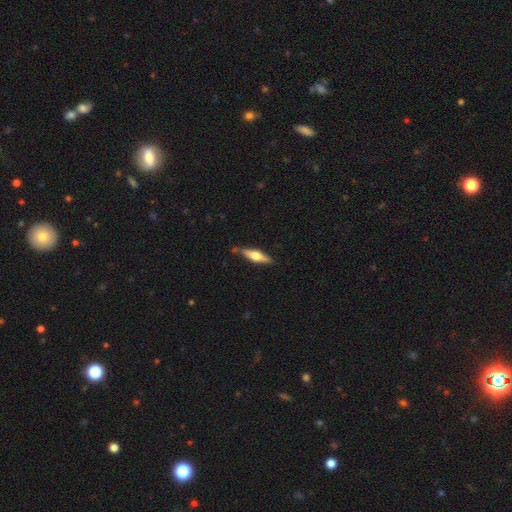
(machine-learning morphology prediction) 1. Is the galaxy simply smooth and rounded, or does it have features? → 60% featured or disk, 35% smooth, 6% star or artifact.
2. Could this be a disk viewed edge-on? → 95% yes, 5% no.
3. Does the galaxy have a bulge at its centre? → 91% rounded, 7% boxy, 2% none.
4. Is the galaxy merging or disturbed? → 82% none, 13% minor disturbance, 3% merger, 2% major disturbance.